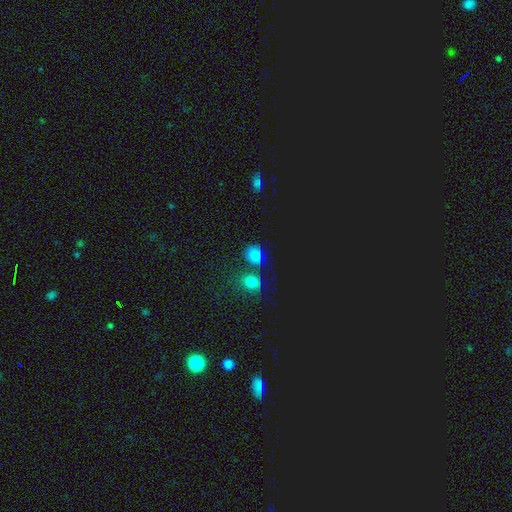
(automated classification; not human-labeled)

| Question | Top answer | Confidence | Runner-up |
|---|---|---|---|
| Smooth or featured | smooth | 62% | star or artifact (31%) |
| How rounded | round | 66% | in between (33%) |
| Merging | none | 60% | merger (19%) |